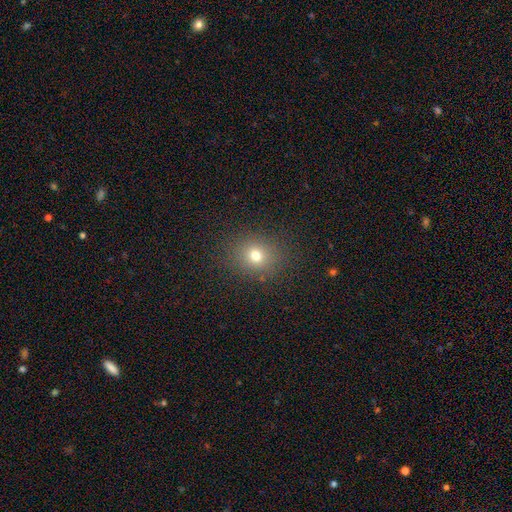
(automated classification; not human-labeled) A smooth galaxy with no disk features (73%) that is round (66%).

Vote fractions:
- Smooth or featured? smooth: 73% / star or artifact: 17% / featured or disk: 9%
- How rounded? round: 66% / in between: 33% / cigar-shaped: 1%
- Merging? none: 85% / minor disturbance: 9% / major disturbance: 4% / merger: 1%